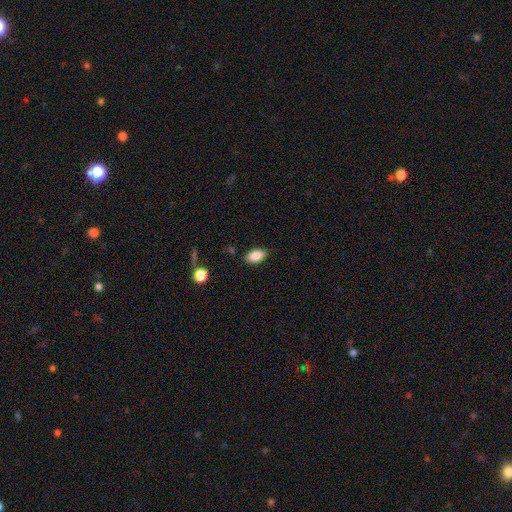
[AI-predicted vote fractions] smooth 86%, star or artifact 8%, featured or disk 6%. Down the decision tree: how rounded — in between (92%); merging — none (85%).